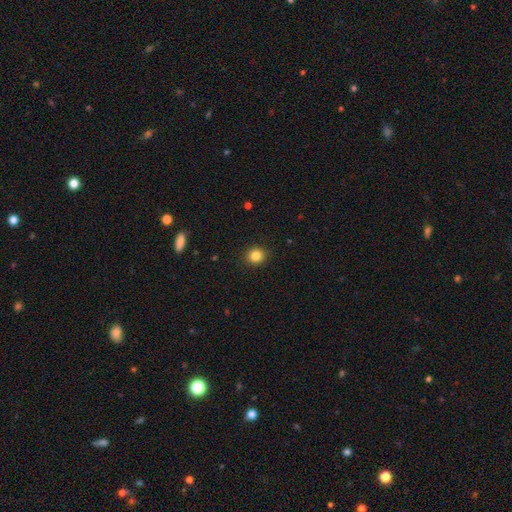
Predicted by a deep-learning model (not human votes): smooth 84%, star or artifact 11%, featured or disk 5%. Down the decision tree: how rounded — round (85%); merging — none (92%).